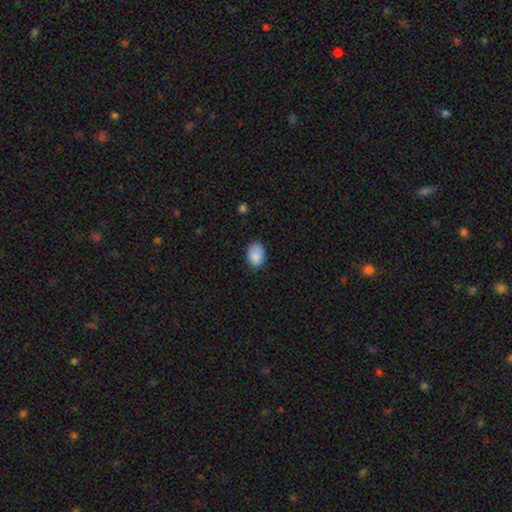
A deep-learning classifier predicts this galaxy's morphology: Q: Smooth or featured?
A: smooth (88%); runner-up: star or artifact (8%)
Q: How rounded?
A: in between (78%); runner-up: round (21%)
Q: Merging?
A: none (73%); runner-up: minor disturbance (21%)